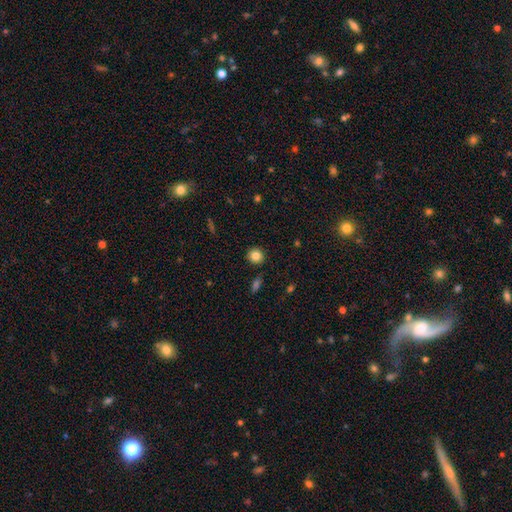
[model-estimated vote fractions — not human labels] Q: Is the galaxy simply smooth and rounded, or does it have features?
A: smooth — 83%.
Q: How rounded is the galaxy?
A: round — 88%.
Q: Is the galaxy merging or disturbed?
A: none — 90%.